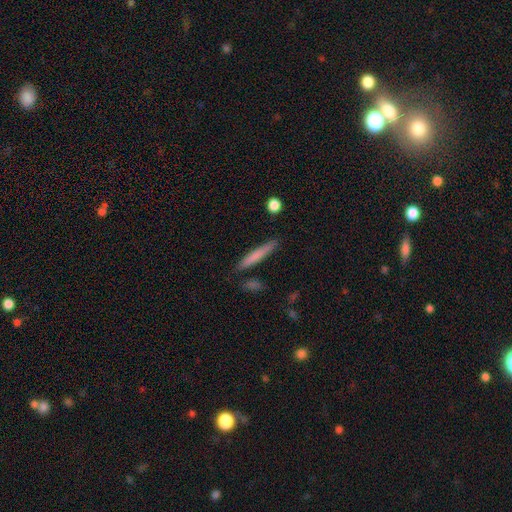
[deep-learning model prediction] This appears to be a smooth galaxy with no disk features (73%) that is cigar-shaped (95%). Merging: none (85%).